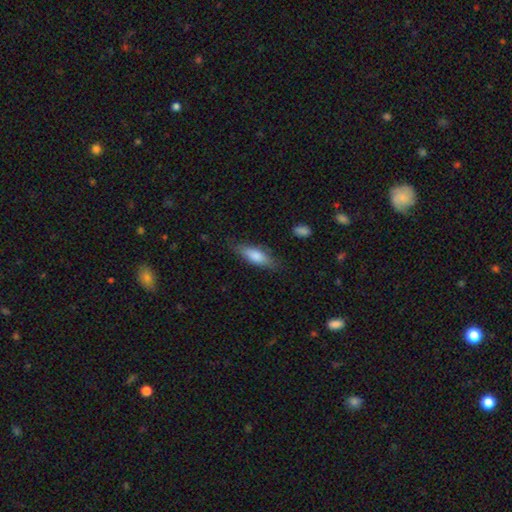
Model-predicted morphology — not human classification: Smooth or featured? smooth (79%)
How rounded? in between (59%)
Merging? none (74%)